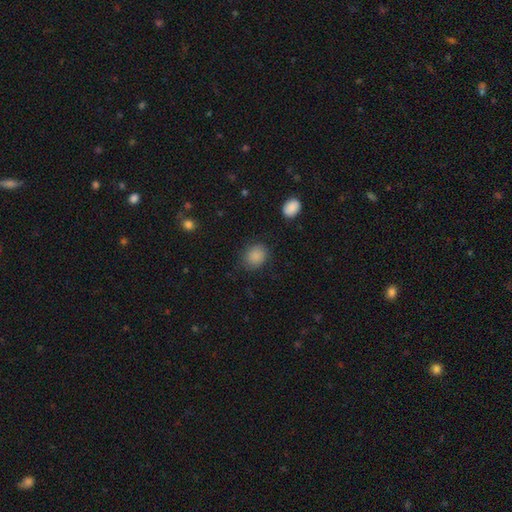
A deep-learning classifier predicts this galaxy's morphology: Smooth or featured? smooth (87%)
How rounded? round (60%)
Merging? none (79%)